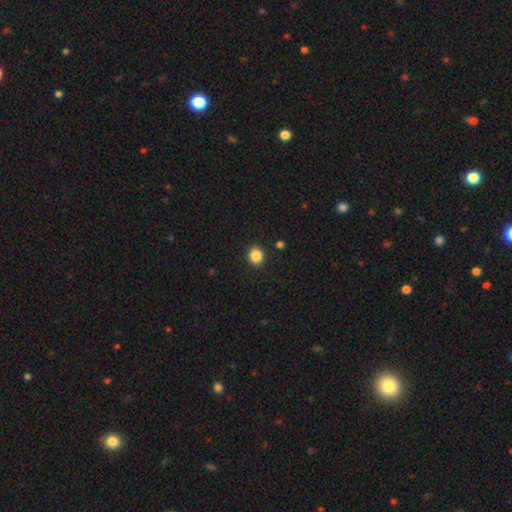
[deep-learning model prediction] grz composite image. It shows a smooth galaxy with no disk features (86%) that is round (86%). Merging: none (92%).